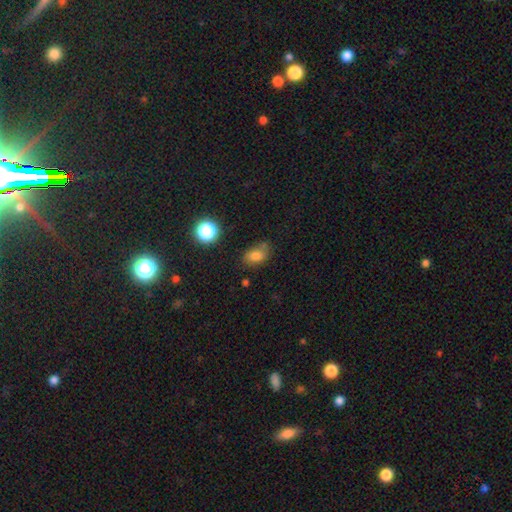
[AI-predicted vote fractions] smooth_or_featured: smooth (p=0.76) [alt: star or artifact p=0.14]
how_rounded: in between (p=0.79) [alt: round p=0.19]
merging: none (p=0.64) [alt: minor disturbance p=0.22]